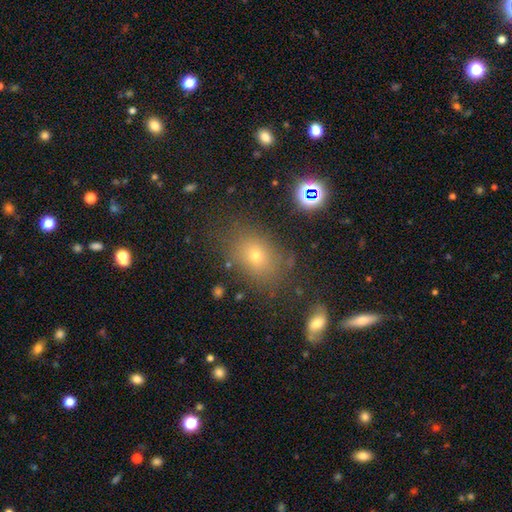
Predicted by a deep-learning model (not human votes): Smooth or featured? smooth (60%)
How rounded? in between (62%)
Merging? none (80%)